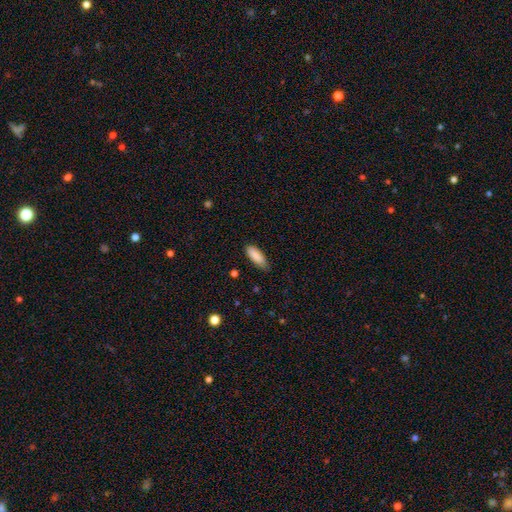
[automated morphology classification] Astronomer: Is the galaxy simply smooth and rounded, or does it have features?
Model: smooth — 88%.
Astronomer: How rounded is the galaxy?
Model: in between — 72%.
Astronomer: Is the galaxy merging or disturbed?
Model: none — 74%.